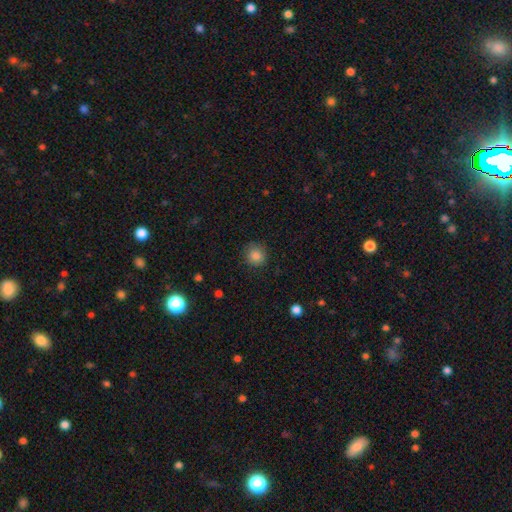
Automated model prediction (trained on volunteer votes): This is clearly a smooth galaxy (85%). How rounded: clearly round (90%). Merging: clearly none (85%).